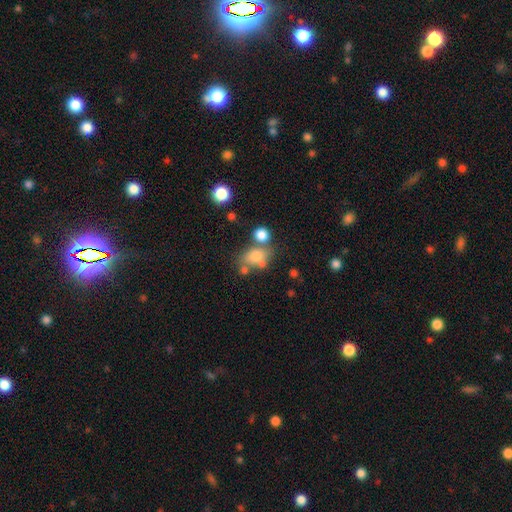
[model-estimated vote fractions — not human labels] This is likely a smooth galaxy (73%). How rounded: likely in between (66%). Merging: marginally none (43%).